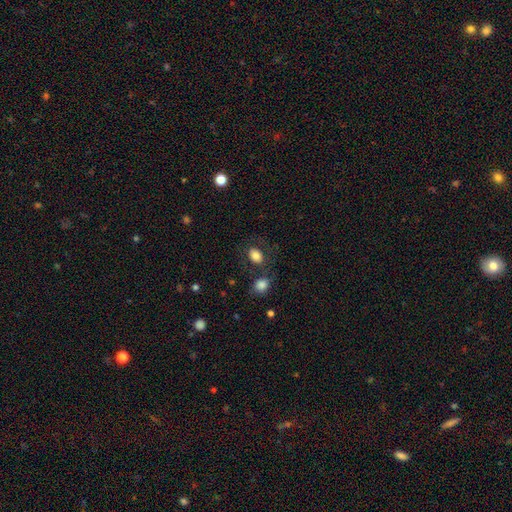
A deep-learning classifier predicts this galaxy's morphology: A smooth galaxy with no disk features (81%) that is in between round and cigar-shaped (74%).

Vote fractions:
- Smooth or featured? smooth: 81% / featured or disk: 9% / star or artifact: 9%
- How rounded? in between: 74% / round: 25% / cigar-shaped: 1%
- Merging? none: 70% / minor disturbance: 13% / merger: 11% / major disturbance: 6%